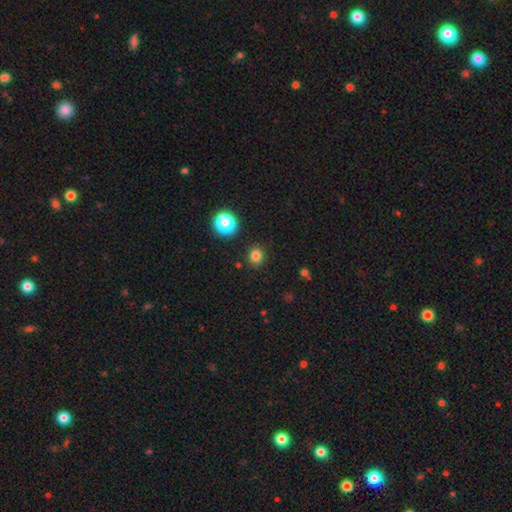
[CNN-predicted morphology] type=smooth (80%); roundness=round (86%); merging=none (89%).